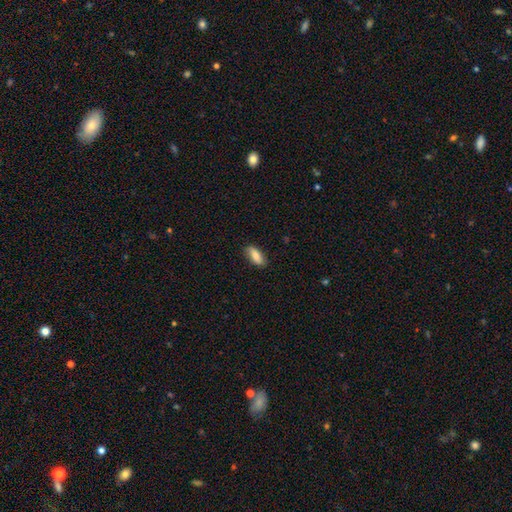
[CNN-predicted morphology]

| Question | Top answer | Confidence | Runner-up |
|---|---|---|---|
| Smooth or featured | smooth | 81% | featured or disk (12%) |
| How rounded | in between | 83% | cigar-shaped (14%) |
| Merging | none | 84% | minor disturbance (13%) |